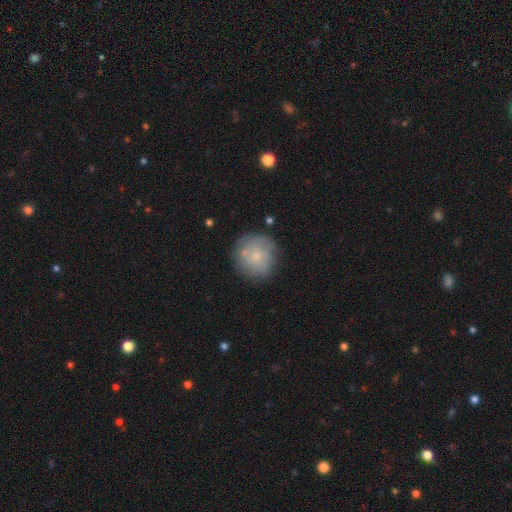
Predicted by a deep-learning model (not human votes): Morphology: type=smooth (61%); roundness=round (93%); merging=none (74%).